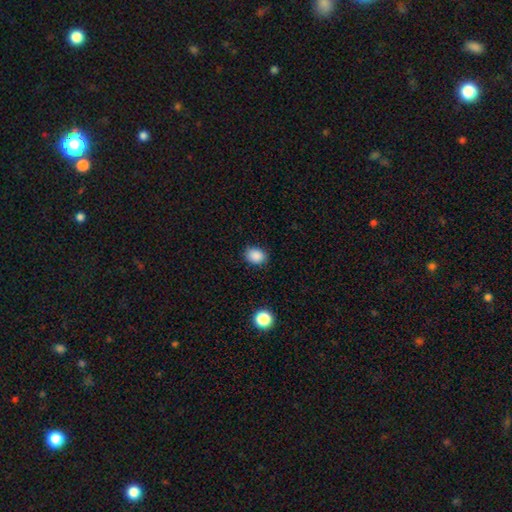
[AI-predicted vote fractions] Q: Smooth or featured?
A: smooth (87%); runner-up: star or artifact (10%)
Q: How rounded?
A: in between (52%); runner-up: round (48%)
Q: Merging?
A: none (83%); runner-up: minor disturbance (13%)